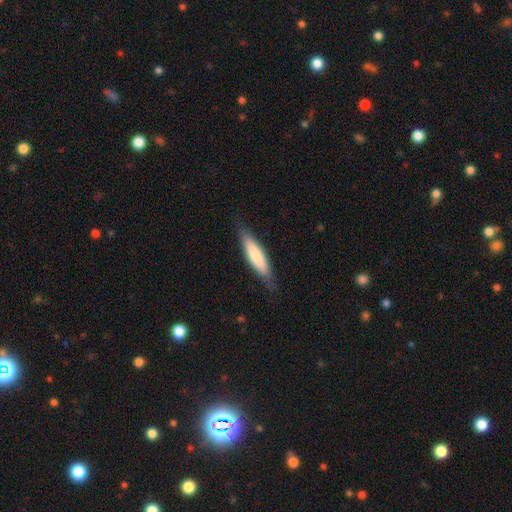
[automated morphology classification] Smooth or featured? Predicted: smooth (p=0.74). How rounded? Predicted: cigar-shaped (p=0.76). Merging? Predicted: none (p=0.82).